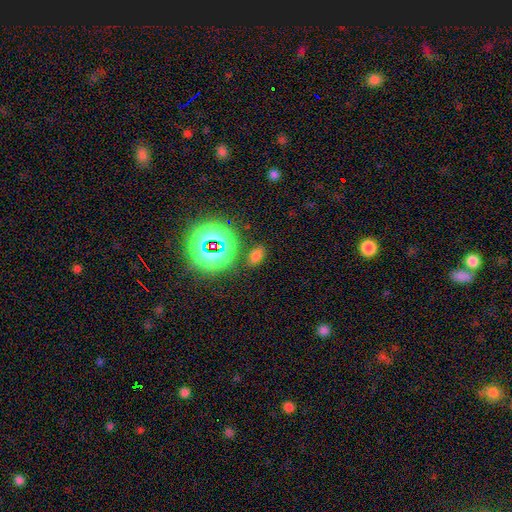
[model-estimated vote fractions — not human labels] A smooth galaxy with no disk features (60%) that is in between round and cigar-shaped (82%). Merging: none (79%).